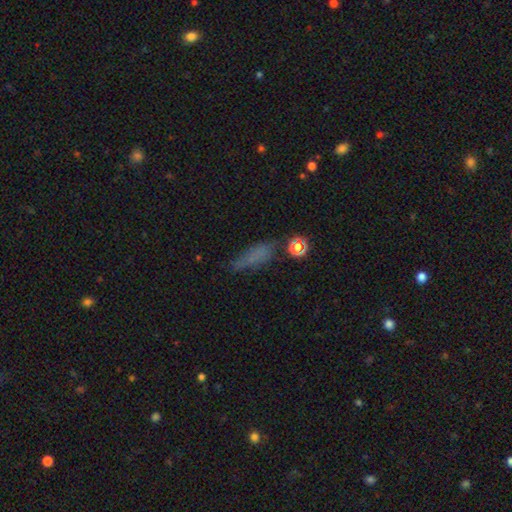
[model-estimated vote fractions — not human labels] This is likely a smooth galaxy (62%). How rounded: possibly cigar-shaped (52%). Merging: possibly none (56%).